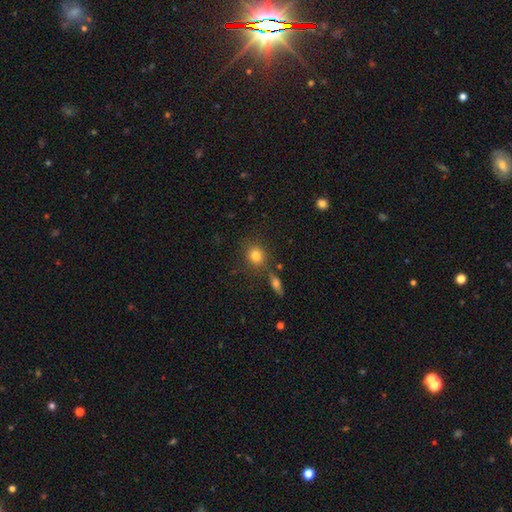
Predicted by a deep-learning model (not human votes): This appears to be a smooth galaxy with no disk features (81%) that is round (77%). Merging: none (75%).